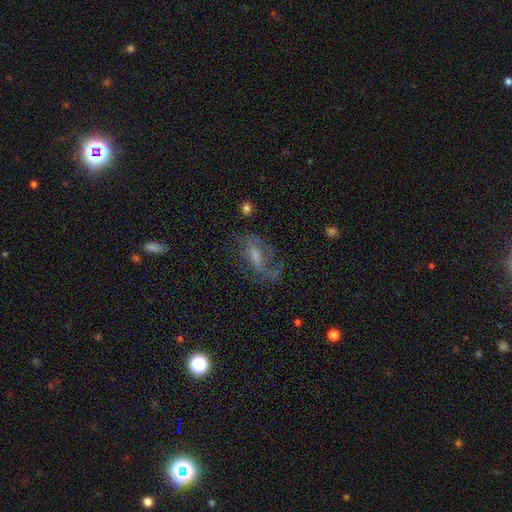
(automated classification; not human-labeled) Morphology: type=featured or disk (62%); edge-on=no (91%); bar=weak (44%); spiral arms=yes (71%); bulge=small (38%); merging=none (40%).